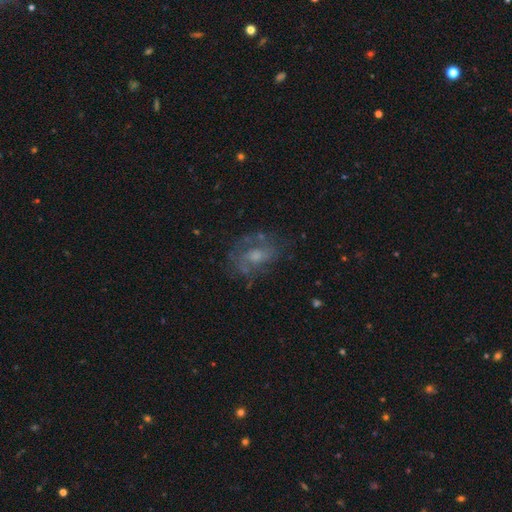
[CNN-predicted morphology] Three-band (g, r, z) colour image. It shows a featured or disk galaxy (63%) with no bar (65%), spiral arms (66%) and a moderate central bulge (47%). Merging: none (59%).